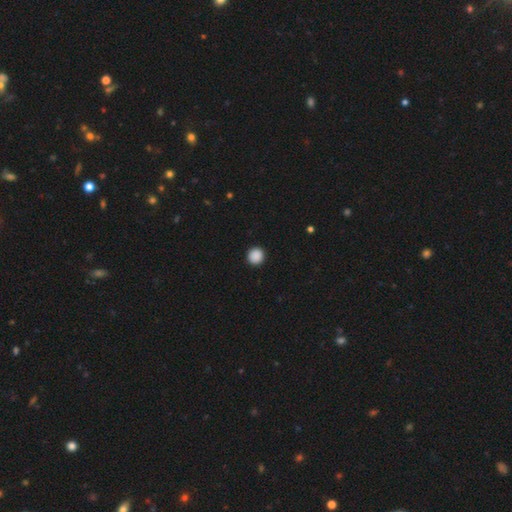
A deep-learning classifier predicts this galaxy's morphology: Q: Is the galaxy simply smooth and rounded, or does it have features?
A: smooth — 89%.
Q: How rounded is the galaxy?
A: round — 94%.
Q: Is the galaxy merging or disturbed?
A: none — 93%.